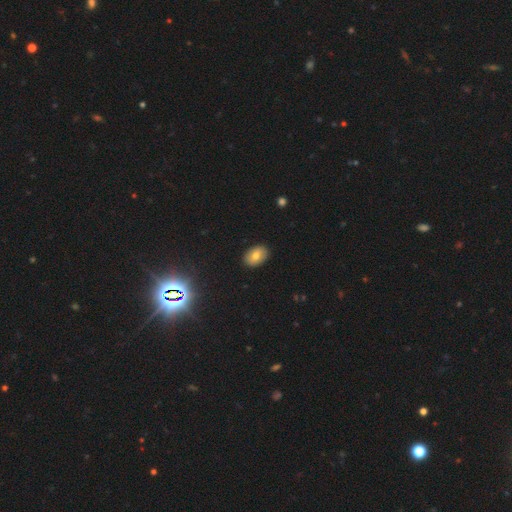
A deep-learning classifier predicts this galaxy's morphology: Smooth or featured?
  - smooth: 73% *
  - featured or disk: 16%
  - star or artifact: 11%
How rounded?
  - in between: 87% *
  - round: 11%
  - cigar-shaped: 1%
Merging?
  - none: 89% *
  - minor disturbance: 8%
  - major disturbance: 2%
  - merger: 1%